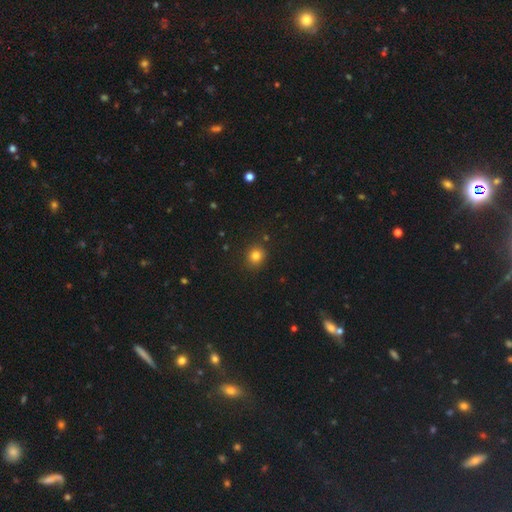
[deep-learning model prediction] Overall: smooth (81%). How rounded: round (81%). Merging: none (87%).